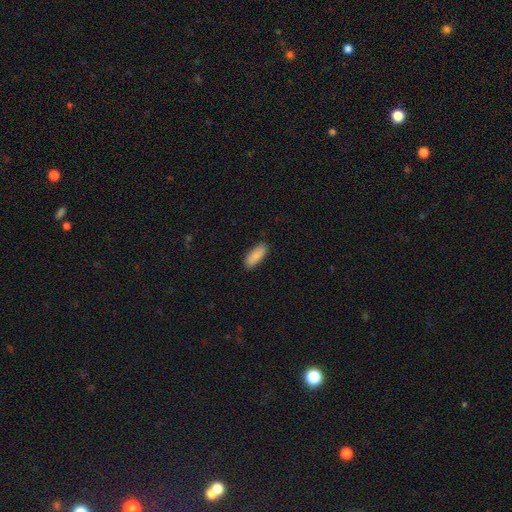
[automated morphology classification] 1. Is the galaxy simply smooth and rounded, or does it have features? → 88% smooth, 6% featured or disk, 6% star or artifact.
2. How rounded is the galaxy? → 74% in between, 24% cigar-shaped, 2% round.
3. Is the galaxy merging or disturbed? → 87% none, 10% minor disturbance, 2% major disturbance, 1% merger.